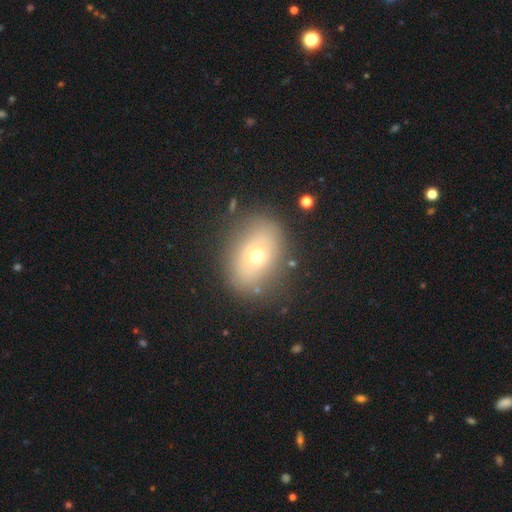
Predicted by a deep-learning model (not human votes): Smooth or featured?
  - smooth: 62% *
  - featured or disk: 25%
  - star or artifact: 13%
How rounded?
  - in between: 66% *
  - round: 32%
  - cigar-shaped: 1%
Merging?
  - none: 79% *
  - minor disturbance: 13%
  - major disturbance: 5%
  - merger: 2%